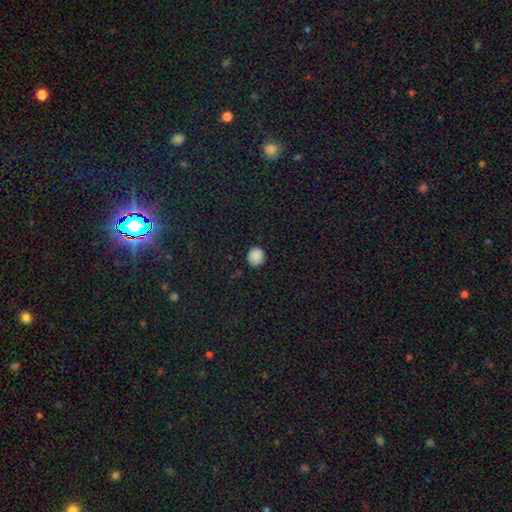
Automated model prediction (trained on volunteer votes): smooth-or-featured: smooth: 87% | star or artifact: 10% | featured or disk: 3%
  how-rounded: round: 89% | in between: 10% | cigar-shaped: 1%
  merging: none: 89% | minor disturbance: 8% | major disturbance: 2% | merger: 1%